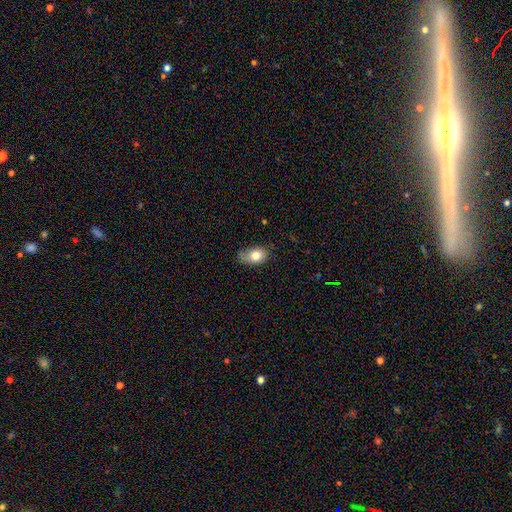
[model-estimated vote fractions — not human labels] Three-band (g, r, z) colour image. It shows a smooth galaxy with no disk features (80%) that is in between round and cigar-shaped (82%). Merging: none (54%).